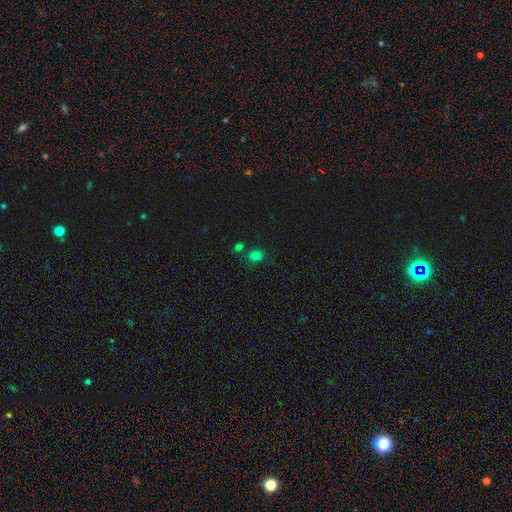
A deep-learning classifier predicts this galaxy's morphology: Smooth or featured?
  - smooth: 77% *
  - star or artifact: 18%
  - featured or disk: 5%
How rounded?
  - round: 68% *
  - in between: 30%
  - cigar-shaped: 1%
Merging?
  - none: 73% *
  - minor disturbance: 12%
  - merger: 12%
  - major disturbance: 4%